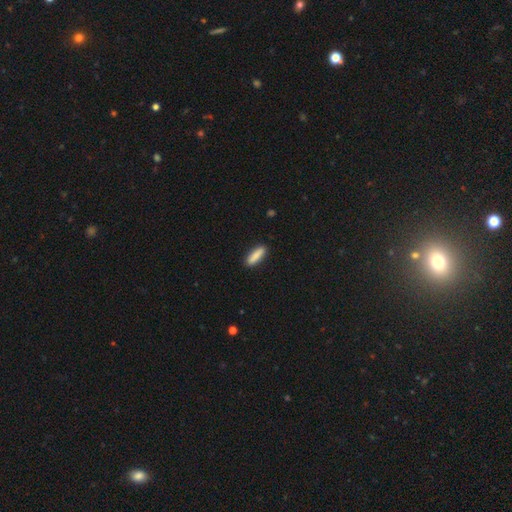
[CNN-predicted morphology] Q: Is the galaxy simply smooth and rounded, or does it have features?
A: smooth — 88%.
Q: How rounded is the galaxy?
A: cigar-shaped — 62%.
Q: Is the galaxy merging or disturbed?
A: none — 90%.